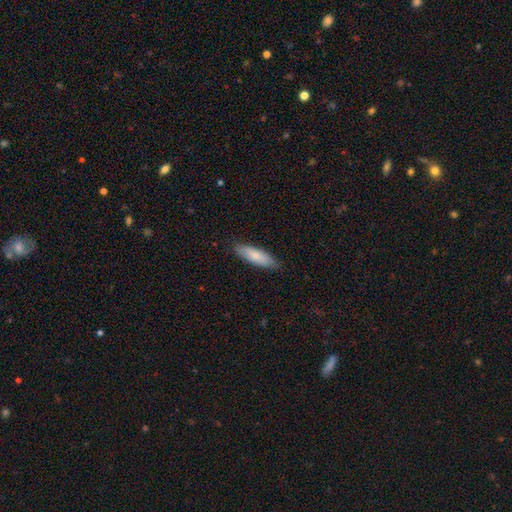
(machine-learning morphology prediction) This is clearly a smooth galaxy (82%). How rounded: possibly cigar-shaped (55%). Merging: clearly none (86%).